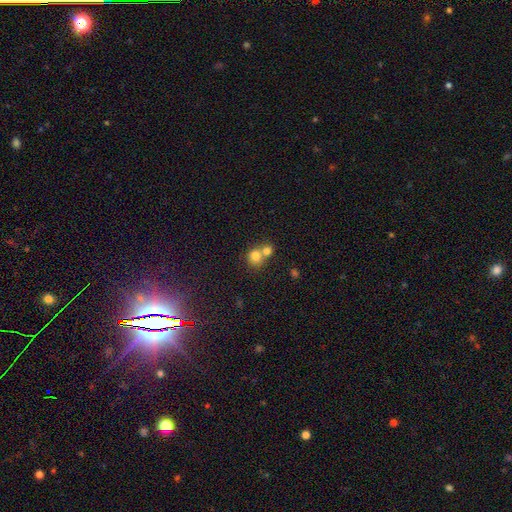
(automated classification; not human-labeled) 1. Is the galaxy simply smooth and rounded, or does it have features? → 78% smooth, 11% star or artifact, 11% featured or disk.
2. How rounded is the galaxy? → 80% round, 20% in between, 1% cigar-shaped.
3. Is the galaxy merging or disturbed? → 54% merger, 37% none, 6% minor disturbance, 3% major disturbance.